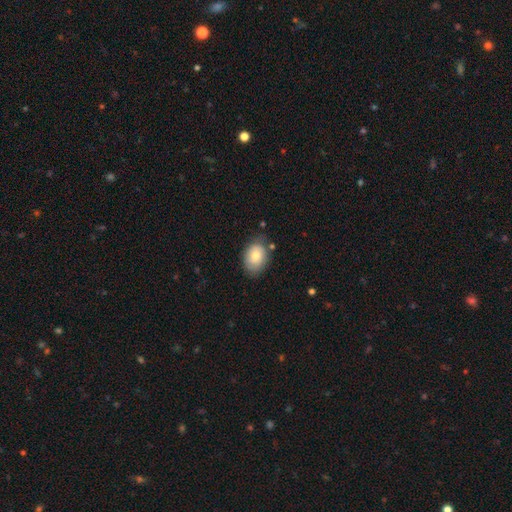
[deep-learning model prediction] The model was most divided on "merging": none: 72%, minor disturbance: 21%, major disturbance: 5%, merger: 3%. More confident: how rounded — in between (76%); smooth or featured — smooth (75%).